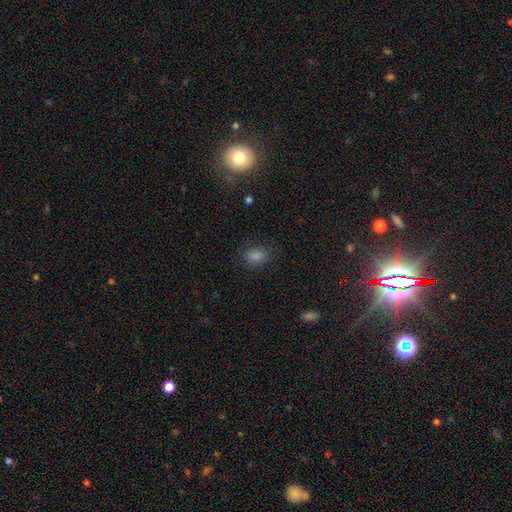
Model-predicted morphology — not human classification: This is likely a smooth galaxy (74%). How rounded: likely in between (68%). Merging: clearly none (82%).